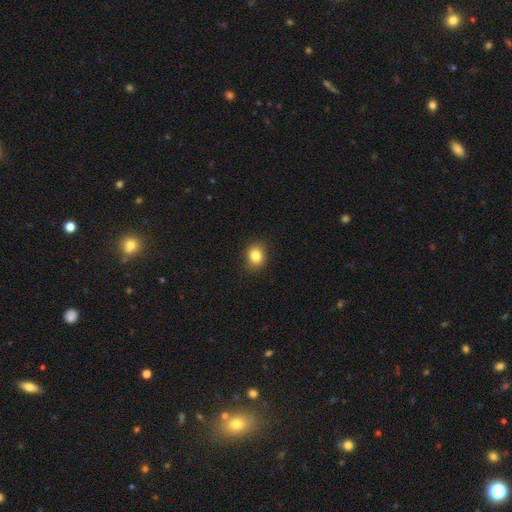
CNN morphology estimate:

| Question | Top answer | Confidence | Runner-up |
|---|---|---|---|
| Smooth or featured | smooth | 83% | star or artifact (11%) |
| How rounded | round | 63% | in between (36%) |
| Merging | none | 88% | minor disturbance (9%) |